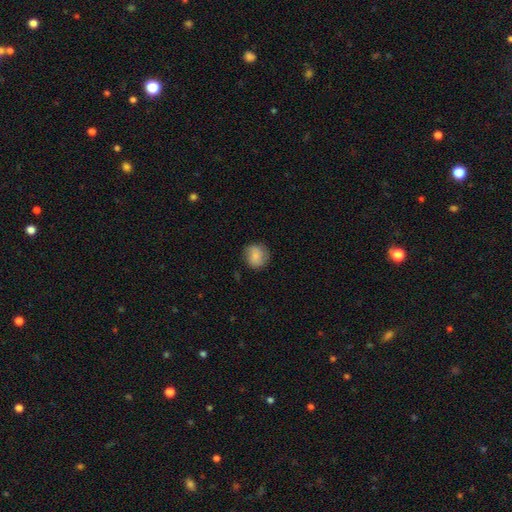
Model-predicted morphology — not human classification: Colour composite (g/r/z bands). It shows a smooth galaxy with no disk features (80%) that is round (87%). Merging: none (81%).